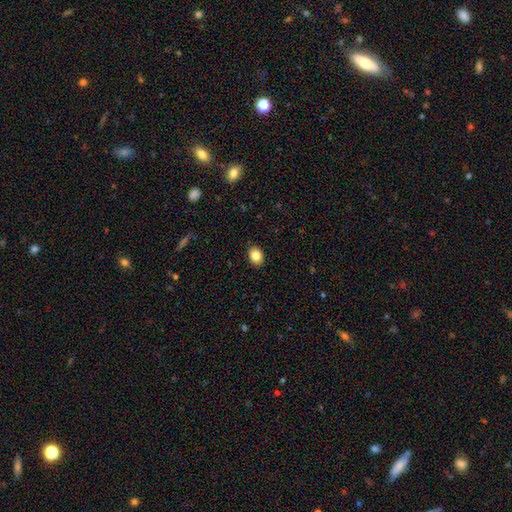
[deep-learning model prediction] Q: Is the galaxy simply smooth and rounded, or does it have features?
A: smooth — 85%.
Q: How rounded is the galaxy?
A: in between — 61%.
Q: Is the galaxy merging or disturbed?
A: none — 90%.